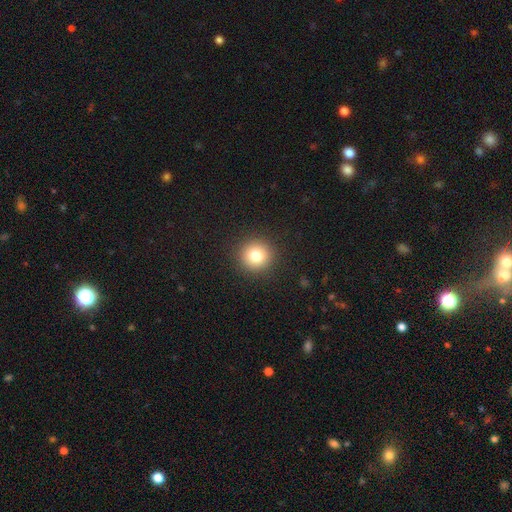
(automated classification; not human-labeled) A smooth galaxy with no disk features (80%) that is round (94%). Merging: none (92%).